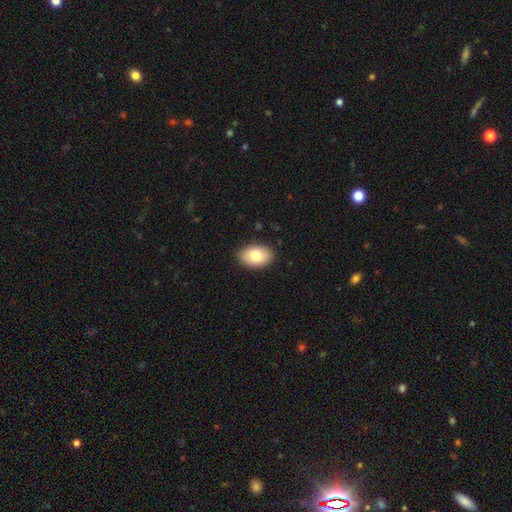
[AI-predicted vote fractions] A smooth galaxy with no disk features (78%) that is in between round and cigar-shaped (86%). Merging: none (86%).